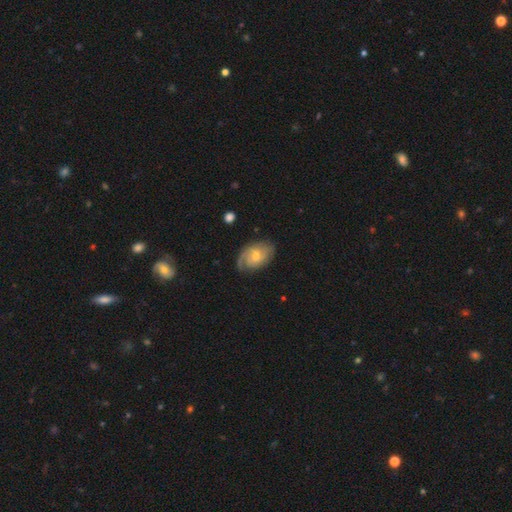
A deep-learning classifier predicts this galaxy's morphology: A featured or disk galaxy (75%) with no bar (52%), 2 (50%) tight (52%) spiral arms (93%) and a moderate central bulge (49%). Merging: none (72%).